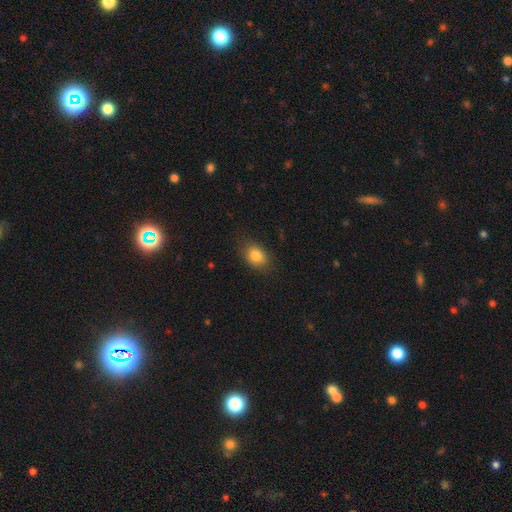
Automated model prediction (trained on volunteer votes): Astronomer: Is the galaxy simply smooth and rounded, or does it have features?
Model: smooth — 83%.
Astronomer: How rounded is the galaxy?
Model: in between — 74%.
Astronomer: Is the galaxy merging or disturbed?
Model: none — 78%.